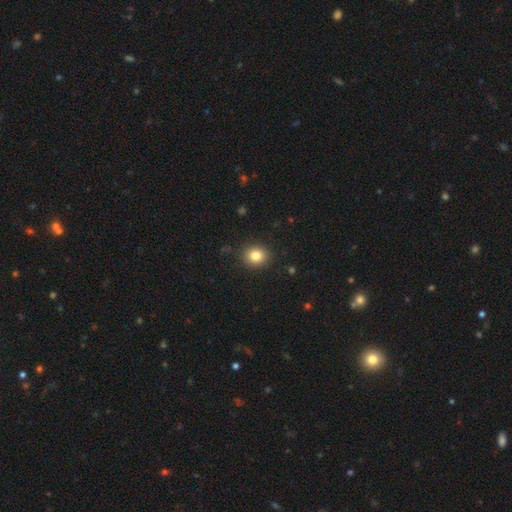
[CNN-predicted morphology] type=smooth (82%); roundness=round (76%); merging=none (89%).